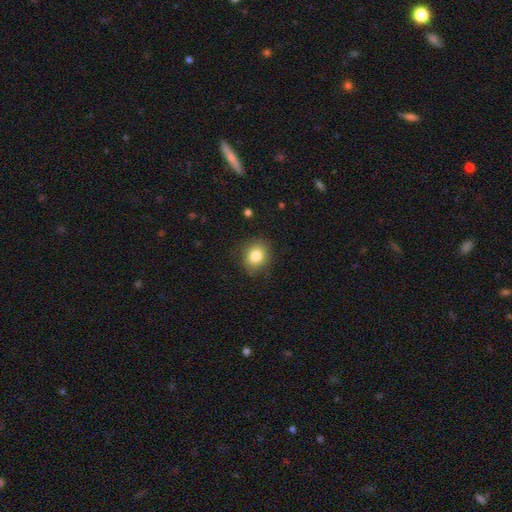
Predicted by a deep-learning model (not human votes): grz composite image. It shows a smooth galaxy with no disk features (83%) that is round (61%). Merging: none (85%).